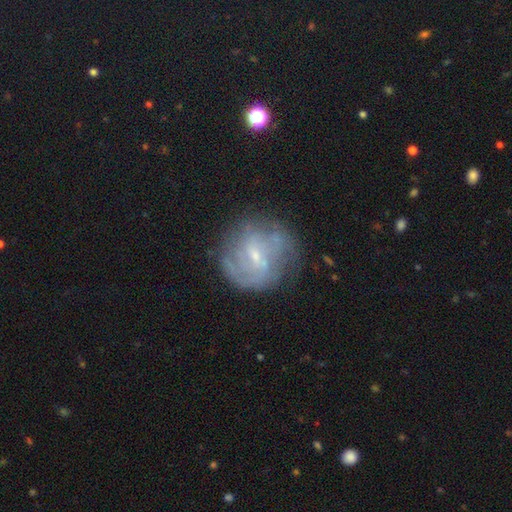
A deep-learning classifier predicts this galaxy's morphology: smooth-or-featured: featured or disk: 73% | smooth: 18% | star or artifact: 9%
  disk-edge-on: no: 97% | yes: 3%
    bar: weak: 55% | no: 31% | strong: 14%
    has-spiral-arms: yes: 83% | no: 17%
      spiral-winding: tight: 49% | medium: 37% | loose: 15%
      spiral-arm-count: can't tell: 44% | 2: 25% | 3: 14% | 4: 8% | 1: 5% | more than 4: 4%
    bulge-size: small: 75% | moderate: 17% | none: 5% | large: 1% | dominant: 1%
  merging: none: 69% | minor disturbance: 18% | major disturbance: 10% | merger: 3%